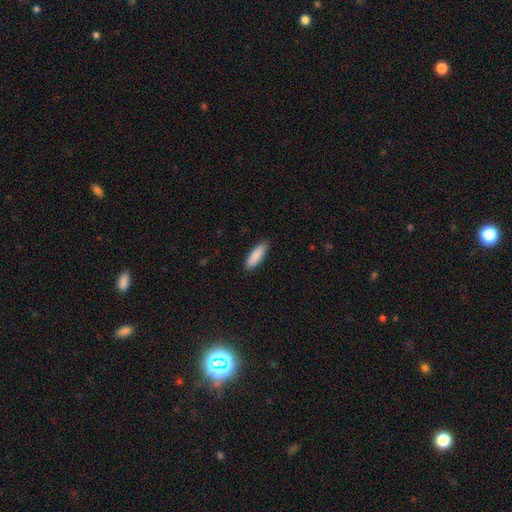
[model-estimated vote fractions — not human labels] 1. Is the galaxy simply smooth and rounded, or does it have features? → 89% smooth, 6% star or artifact, 5% featured or disk.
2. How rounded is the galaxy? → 56% in between, 43% cigar-shaped, 1% round.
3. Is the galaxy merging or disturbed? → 88% none, 10% minor disturbance, 2% major disturbance, 1% merger.